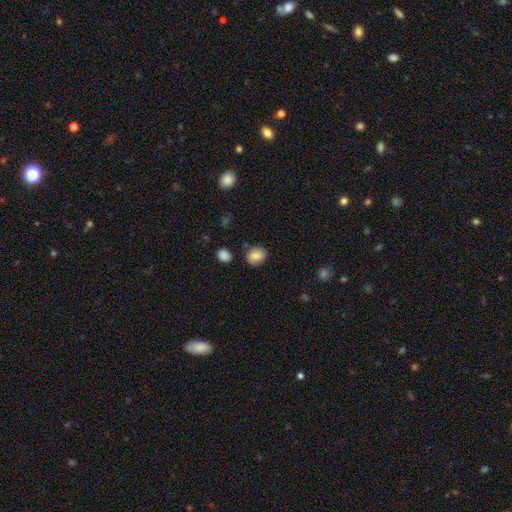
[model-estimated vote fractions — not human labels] smooth-or-featured: smooth: 80% | featured or disk: 11% | star or artifact: 9%
  how-rounded: round: 55% | in between: 44% | cigar-shaped: 1%
  merging: none: 78% | minor disturbance: 14% | merger: 4% | major disturbance: 4%